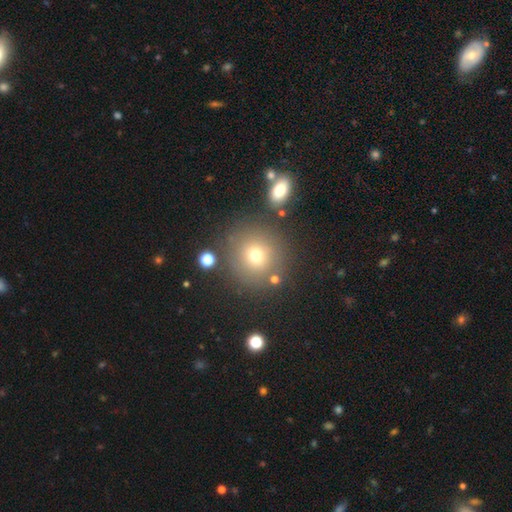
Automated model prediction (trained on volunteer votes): smooth-or-featured: smooth: 70% | star or artifact: 17% | featured or disk: 12%
  how-rounded: round: 91% | in between: 8% | cigar-shaped: 1%
  merging: none: 80% | minor disturbance: 9% | merger: 6% | major disturbance: 4%